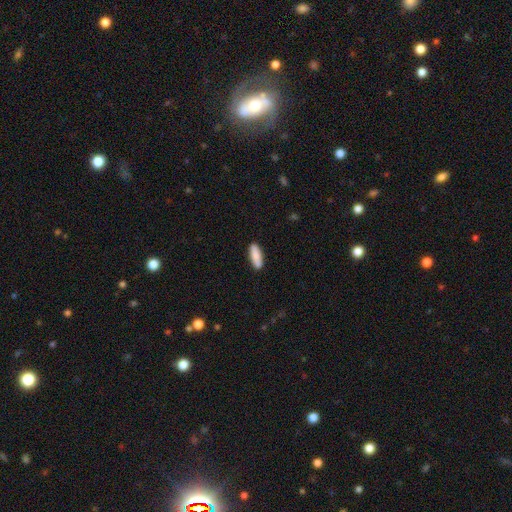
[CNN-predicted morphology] A smooth galaxy with no disk features (82%) that is in between round and cigar-shaped (55%). Merging: none (83%).